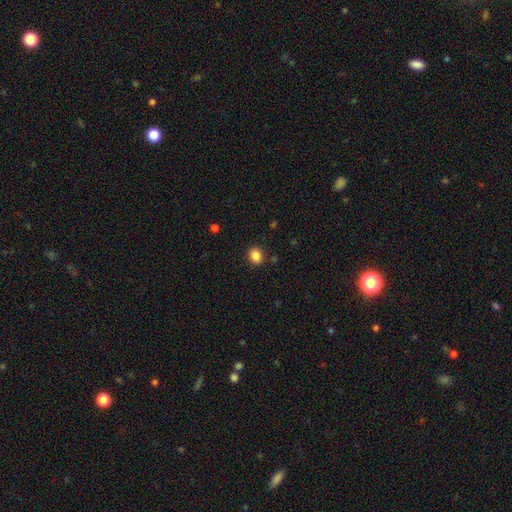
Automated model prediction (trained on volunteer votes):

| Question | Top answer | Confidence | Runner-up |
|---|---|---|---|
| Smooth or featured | smooth | 86% | star or artifact (10%) |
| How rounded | round | 62% | in between (38%) |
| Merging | none | 89% | minor disturbance (7%) |